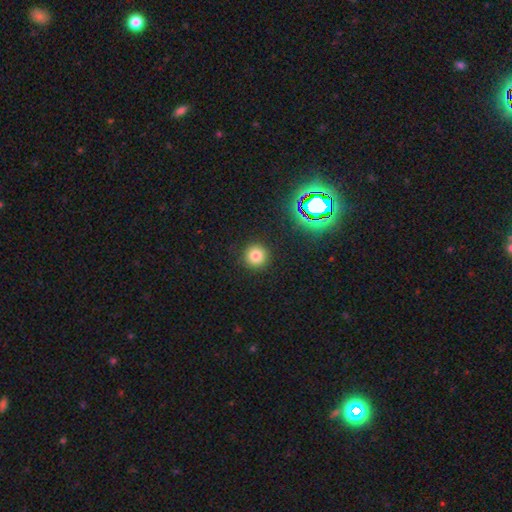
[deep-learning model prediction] The model was most divided on "smooth or featured": smooth: 79%, star or artifact: 15%, featured or disk: 6%. More confident: how rounded — round (95%); merging — none (91%).